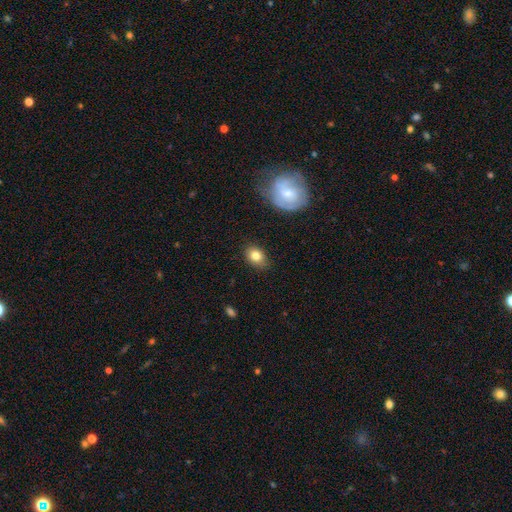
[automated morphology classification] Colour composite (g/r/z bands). It shows a smooth galaxy with no disk features (81%) that is in between round and cigar-shaped (70%). Merging: none (82%).